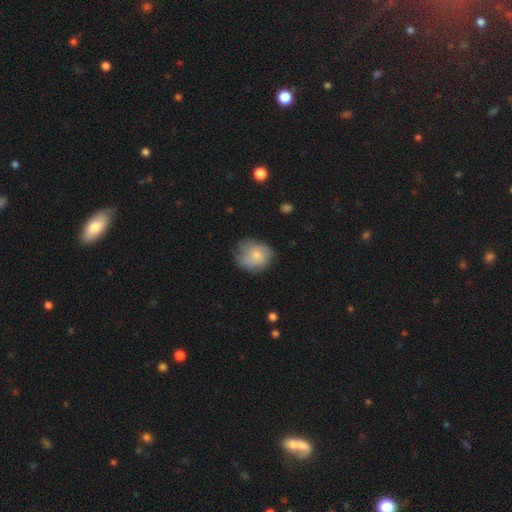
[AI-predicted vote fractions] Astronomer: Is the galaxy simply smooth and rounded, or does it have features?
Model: smooth — 69%.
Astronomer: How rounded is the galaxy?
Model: round — 67%.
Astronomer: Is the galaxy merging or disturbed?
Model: none — 47% (runner-up: minor disturbance, 34%).